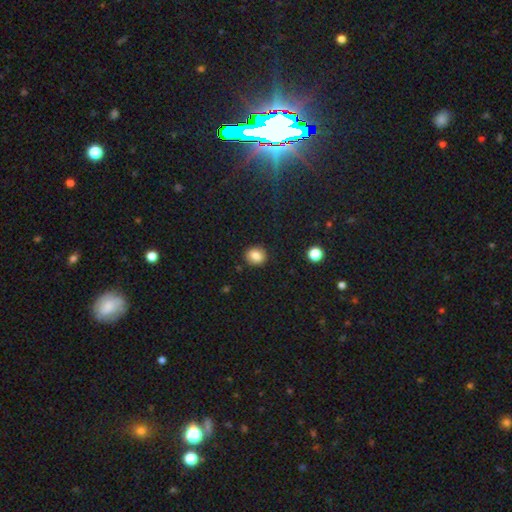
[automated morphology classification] Overall: smooth (83%). How rounded: round (77%). Merging: none (89%).